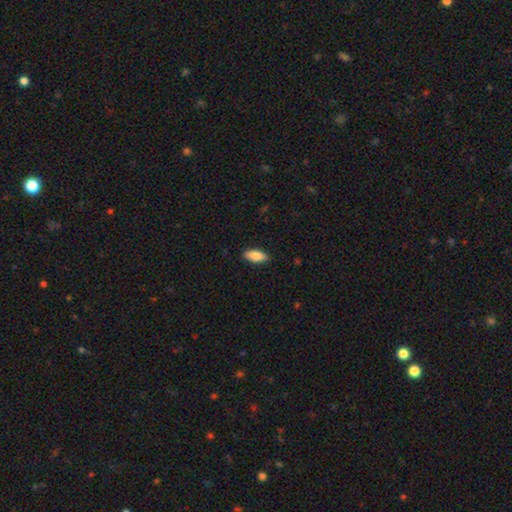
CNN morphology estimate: This appears to be a smooth galaxy with no disk features (82%) that is in between round and cigar-shaped (84%). Merging: none (88%).